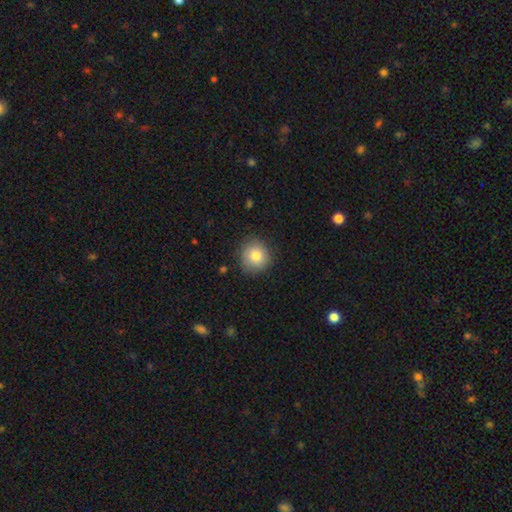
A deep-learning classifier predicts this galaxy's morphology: This is clearly a smooth galaxy (81%). How rounded: clearly round (90%). Merging: clearly none (85%).